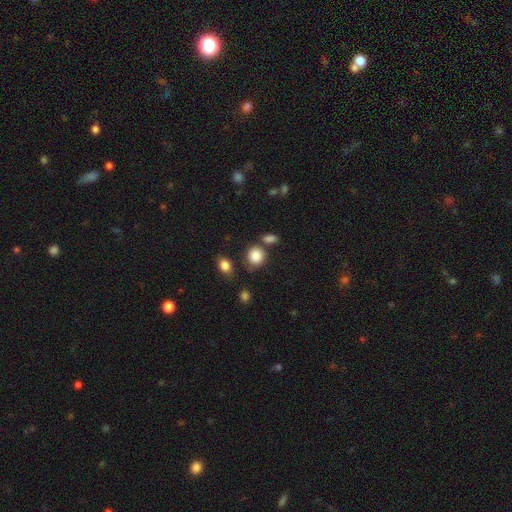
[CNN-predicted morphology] smooth-or-featured: smooth: 86% | star or artifact: 10% | featured or disk: 5%
  how-rounded: round: 74% | in between: 25% | cigar-shaped: 1%
  merging: none: 67% | minor disturbance: 14% | merger: 14% | major disturbance: 5%